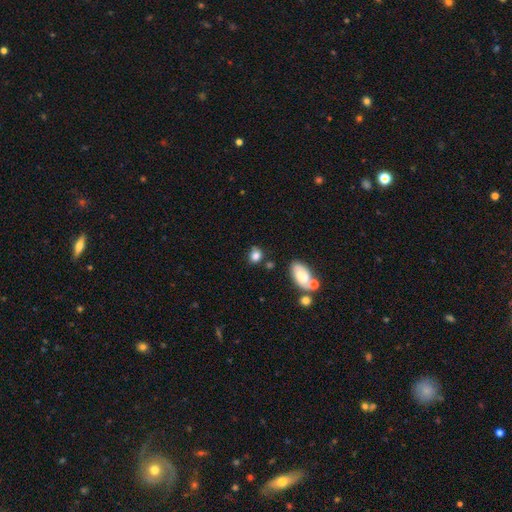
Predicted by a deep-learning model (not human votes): Smooth or featured? smooth (81%)
How rounded? round (53%)
Merging? none (66%)